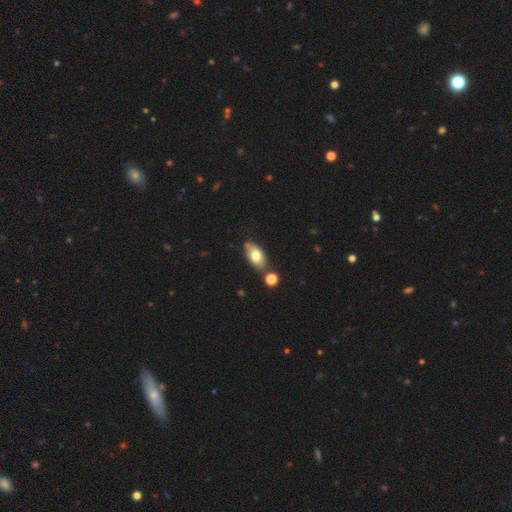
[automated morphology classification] A smooth galaxy with no disk features (70%) that is in between round and cigar-shaped (88%). Merging: none (68%).